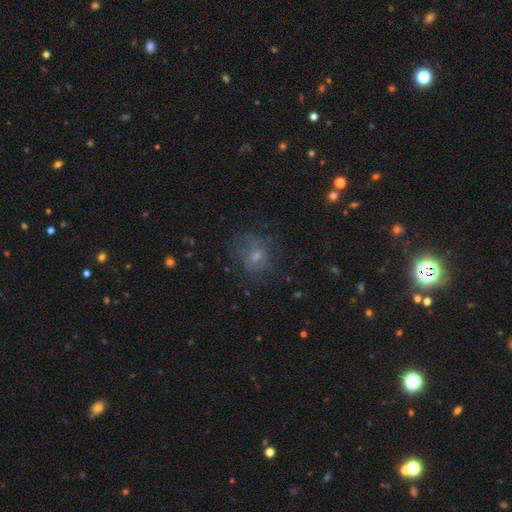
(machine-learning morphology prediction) Smooth or featured: smooth — 50% (featured or disk — 33%)
Merging: none — 57% (major disturbance — 21%)